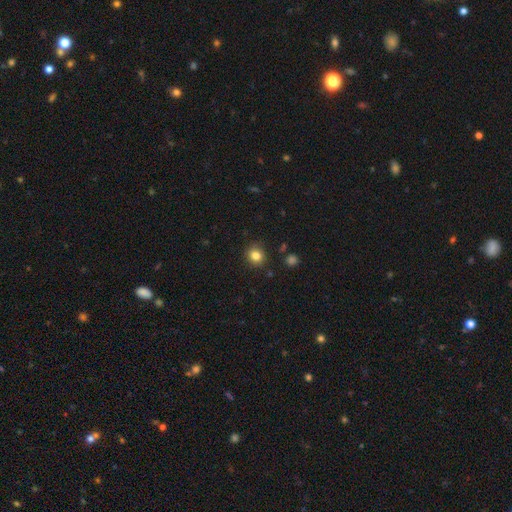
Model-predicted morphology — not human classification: Smooth or featured?
  - smooth: 83% *
  - star or artifact: 11%
  - featured or disk: 6%
How rounded?
  - round: 80% *
  - in between: 19%
  - cigar-shaped: 1%
Merging?
  - none: 88% *
  - minor disturbance: 8%
  - major disturbance: 2%
  - merger: 2%